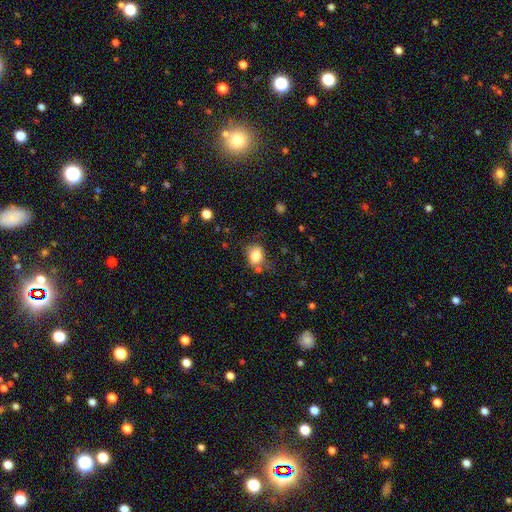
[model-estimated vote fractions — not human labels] This appears to be a smooth galaxy with no disk features (82%) that is in between round and cigar-shaped (60%). Merging: none (65%).